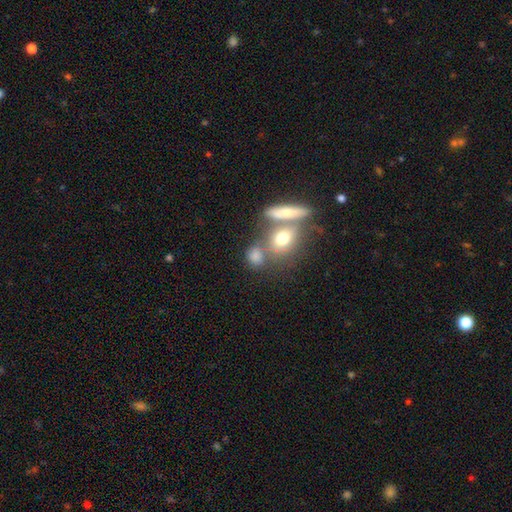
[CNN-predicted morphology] A smooth galaxy with no disk features (71%) that is round (56%). Merging: none (46%).